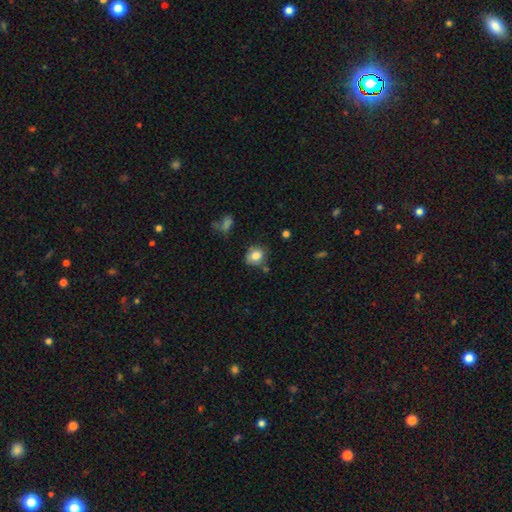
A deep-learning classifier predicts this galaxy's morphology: Overall: smooth (80%). How rounded: round (59%; in between 40%). Merging: none (74%).